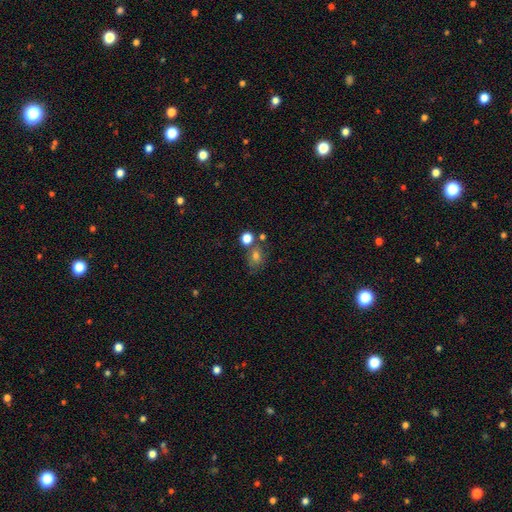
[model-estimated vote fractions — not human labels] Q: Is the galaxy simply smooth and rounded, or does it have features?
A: smooth — 66%.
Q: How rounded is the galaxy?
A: round — 53%.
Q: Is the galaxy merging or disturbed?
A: none — 60%.